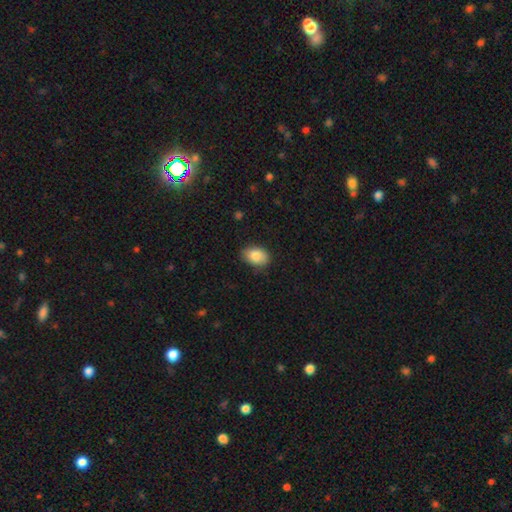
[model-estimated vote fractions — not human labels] This appears to be a smooth galaxy with no disk features (87%) that is in between round and cigar-shaped (83%). Merging: none (83%).